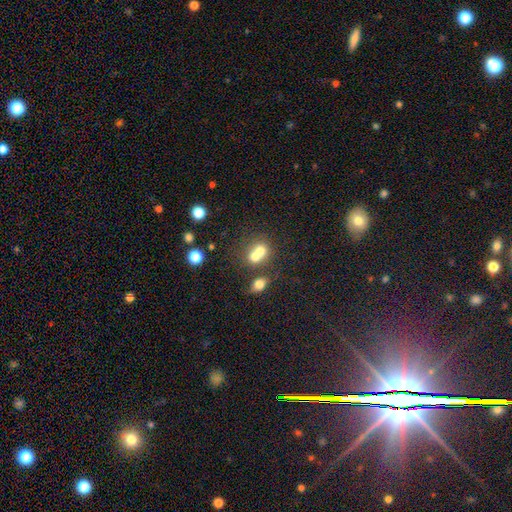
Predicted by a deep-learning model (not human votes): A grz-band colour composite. It shows a smooth galaxy with no disk features (68%) that is round (67%). Merging: merger (65%).